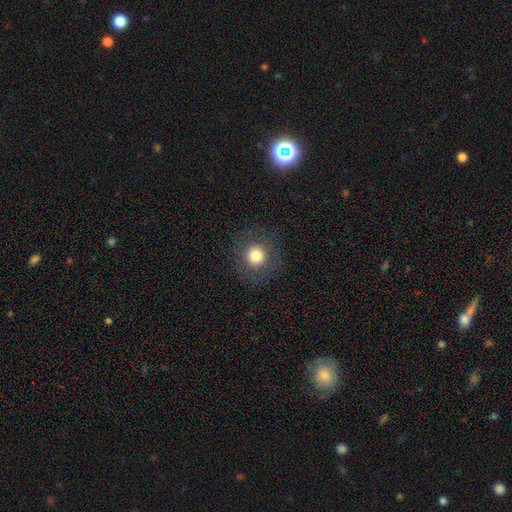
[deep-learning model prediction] A smooth galaxy with no disk features (78%) that is round (92%).

Vote fractions:
- Smooth or featured? smooth: 78% / star or artifact: 11% / featured or disk: 11%
- How rounded? round: 92% / in between: 7% / cigar-shaped: 1%
- Merging? none: 87% / minor disturbance: 8% / major disturbance: 4% / merger: 1%